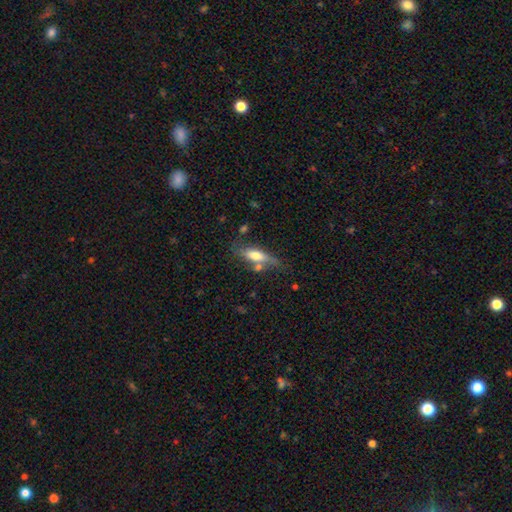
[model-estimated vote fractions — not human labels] The model was most divided on "how rounded": in between: 53%, cigar-shaped: 44%, round: 3%. More confident: smooth or featured — smooth (62%); merging — none (54%).